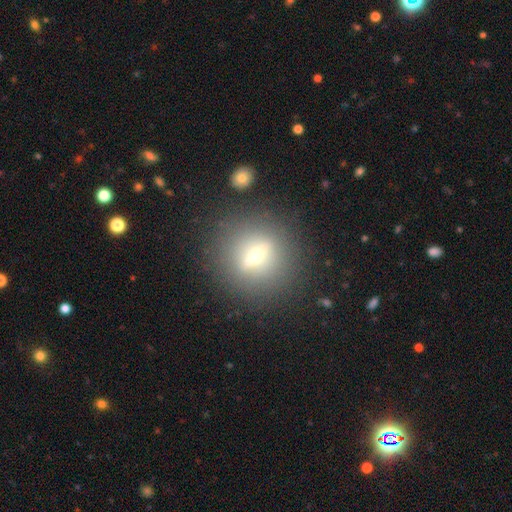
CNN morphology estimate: Overall: featured or disk (52%; smooth 35%). Edge-on disk: yes (53%; no 47%). Merging: none (84%).